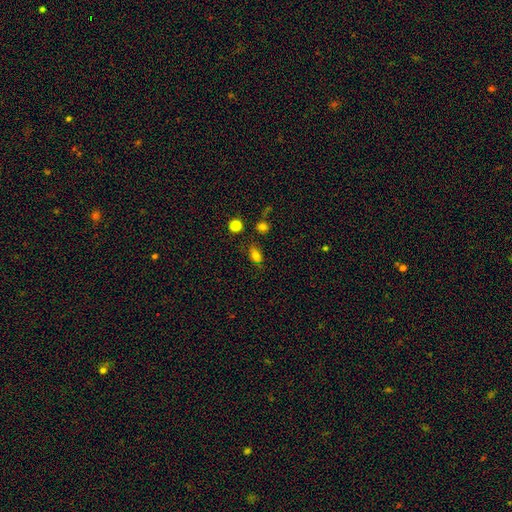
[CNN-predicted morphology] This appears to be a smooth galaxy with no disk features (78%) that is in between round and cigar-shaped (78%). Merging: none (75%).